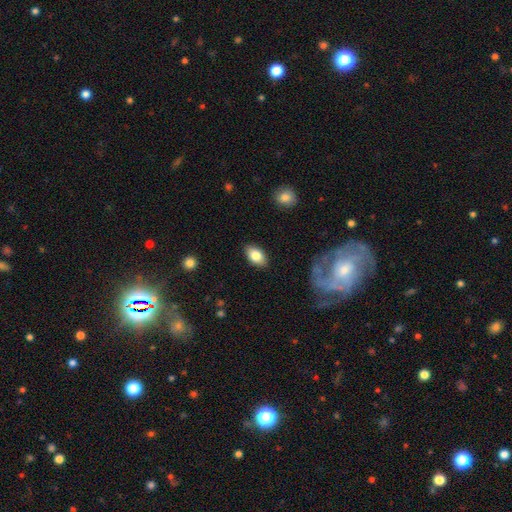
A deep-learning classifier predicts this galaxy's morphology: smooth_or_featured: smooth (p=0.82) [alt: featured or disk p=0.11]
how_rounded: in between (p=0.91) [alt: round p=0.07]
merging: none (p=0.87) [alt: minor disturbance p=0.09]